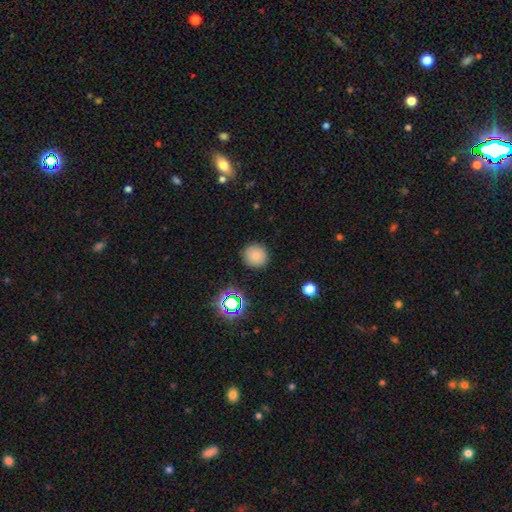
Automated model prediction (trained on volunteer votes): A smooth galaxy with no disk features (79%) that is round (93%). Merging: none (90%).